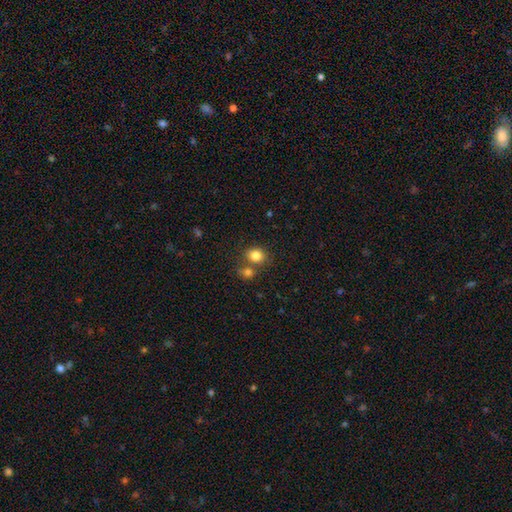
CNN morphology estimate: This is clearly a smooth galaxy (83%). How rounded: likely round (69%). Merging: likely none (62%).